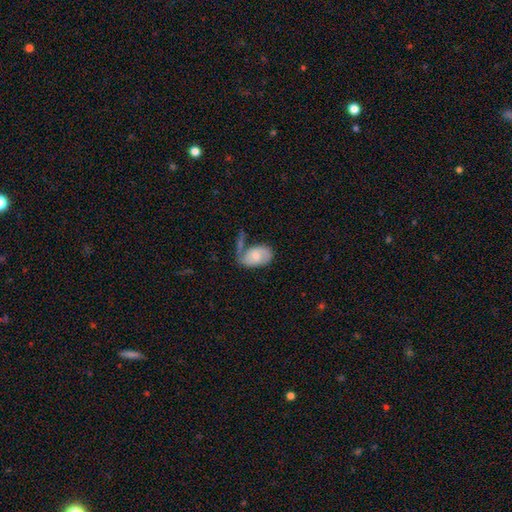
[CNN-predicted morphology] Smooth or featured?
  - smooth: 57% *
  - featured or disk: 36%
  - star or artifact: 7%
How rounded?
  - in between: 90% *
  - round: 8%
  - cigar-shaped: 1%
Merging?
  - none: 37% *
  - minor disturbance: 23%
  - major disturbance: 20%
  - merger: 20%